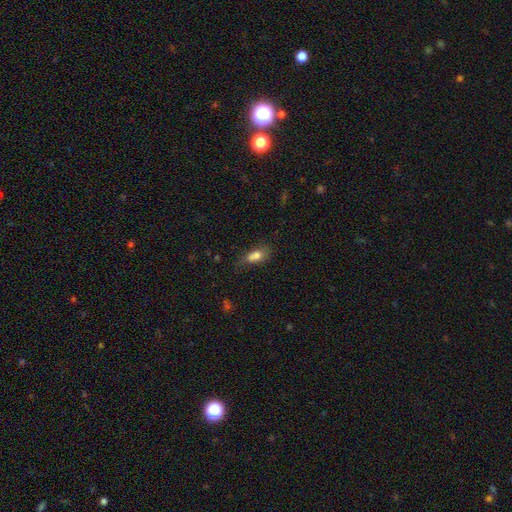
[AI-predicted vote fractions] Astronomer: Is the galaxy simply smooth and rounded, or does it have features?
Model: smooth — 74%.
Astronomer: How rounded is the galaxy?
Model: in between — 78%.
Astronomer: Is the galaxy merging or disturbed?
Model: none — 38% (runner-up: minor disturbance, 25%).